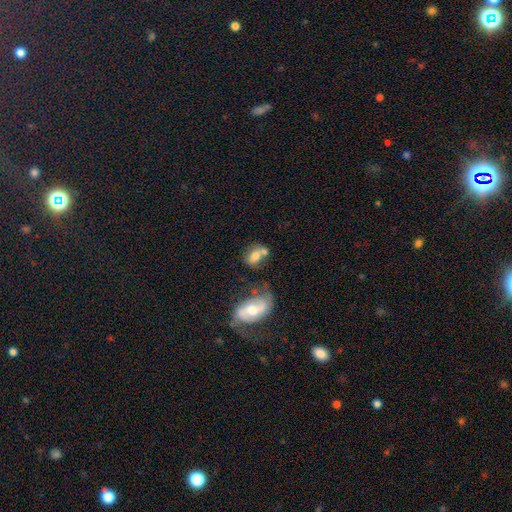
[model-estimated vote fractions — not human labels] smooth-or-featured: smooth: 65% | featured or disk: 25% | star or artifact: 10%
  how-rounded: in between: 76% | round: 21% | cigar-shaped: 3%
  merging: none: 39% | merger: 34% | minor disturbance: 18% | major disturbance: 9%